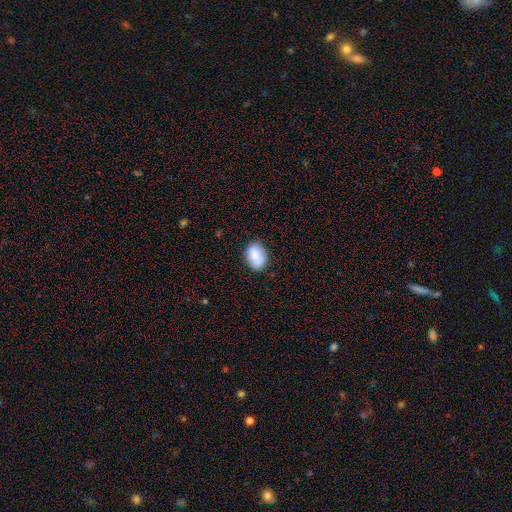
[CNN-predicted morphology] Q: Smooth or featured?
A: smooth (80%); runner-up: featured or disk (12%)
Q: How rounded?
A: in between (78%); runner-up: round (21%)
Q: Merging?
A: none (78%); runner-up: minor disturbance (17%)